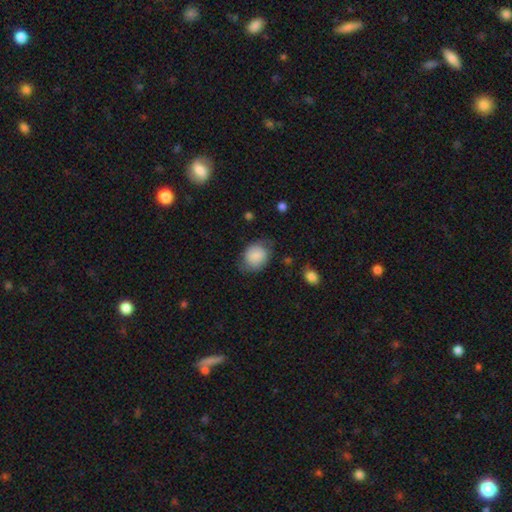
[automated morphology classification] The model was most divided on "how rounded": round: 55%, in between: 44%, cigar-shaped: 1%. More confident: smooth or featured — smooth (82%); merging — none (64%).